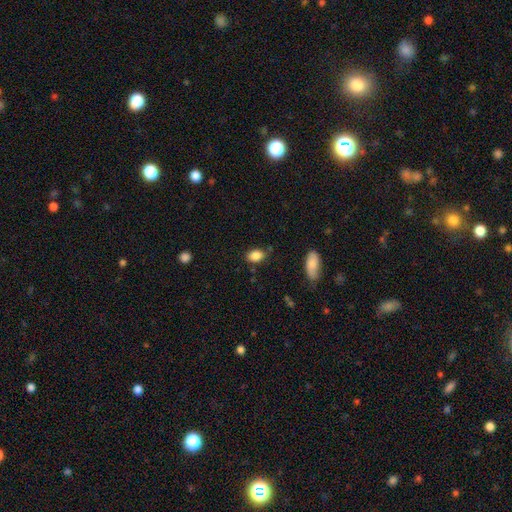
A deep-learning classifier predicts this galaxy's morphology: A smooth galaxy with no disk features (86%) that is in between round and cigar-shaped (81%).

Vote fractions:
- Smooth or featured? smooth: 86% / star or artifact: 8% / featured or disk: 5%
- How rounded? in between: 81% / round: 17% / cigar-shaped: 2%
- Merging? none: 75% / minor disturbance: 18% / major disturbance: 4% / merger: 3%